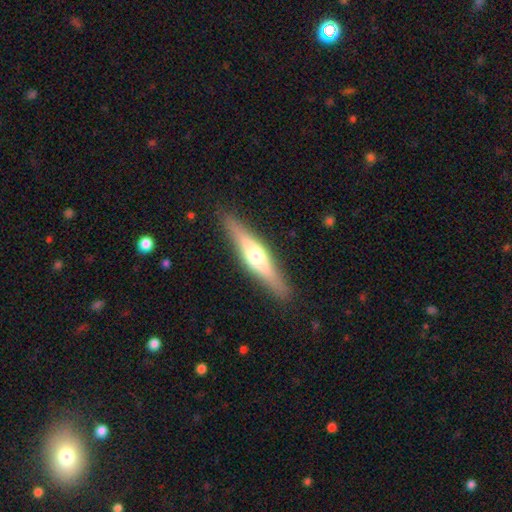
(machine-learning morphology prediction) This appears to be a featured or disk galaxy (62%) viewed edge-on (95%) with a rounded central bulge (87%). Merging: none (89%).